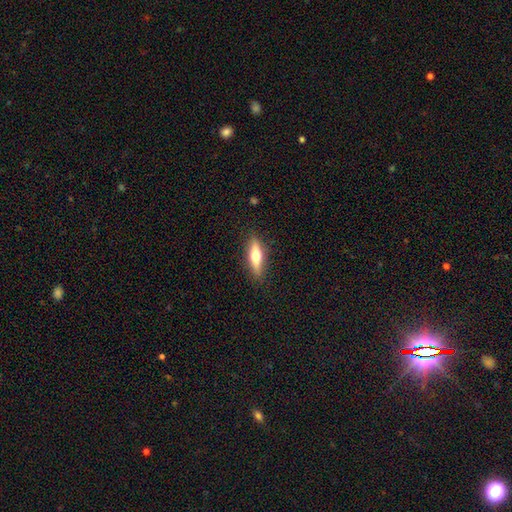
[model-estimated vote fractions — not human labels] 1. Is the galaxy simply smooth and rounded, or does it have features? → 52% smooth, 41% featured or disk, 6% star or artifact.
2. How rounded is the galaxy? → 59% cigar-shaped, 38% in between, 3% round.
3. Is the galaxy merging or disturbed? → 88% none, 9% minor disturbance, 2% major disturbance, 1% merger.